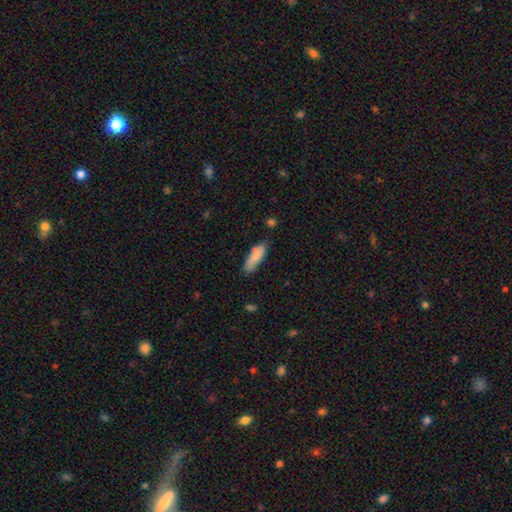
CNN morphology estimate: A smooth galaxy with no disk features (84%) that is in between round and cigar-shaped (51%). Merging: none (73%).